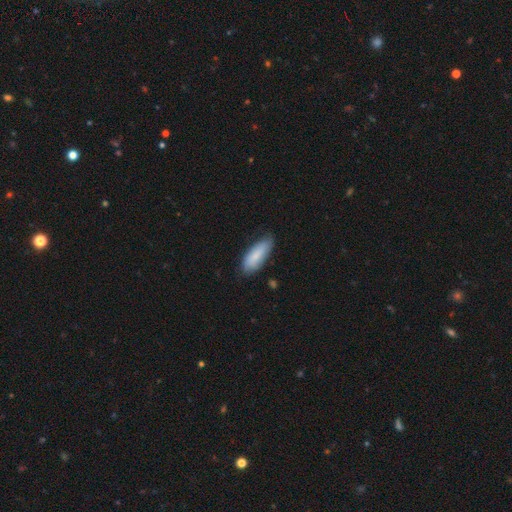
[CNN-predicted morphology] type=smooth (82%); roundness=in between (69%); merging=none (69%).